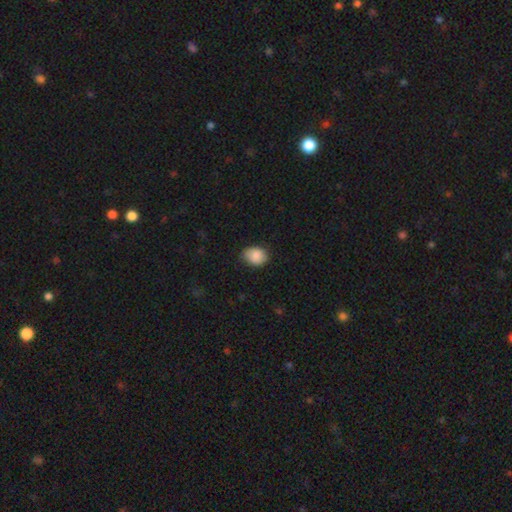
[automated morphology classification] Q: Smooth or featured?
A: smooth (87%); runner-up: star or artifact (7%)
Q: How rounded?
A: in between (65%); runner-up: round (34%)
Q: Merging?
A: none (76%); runner-up: minor disturbance (20%)